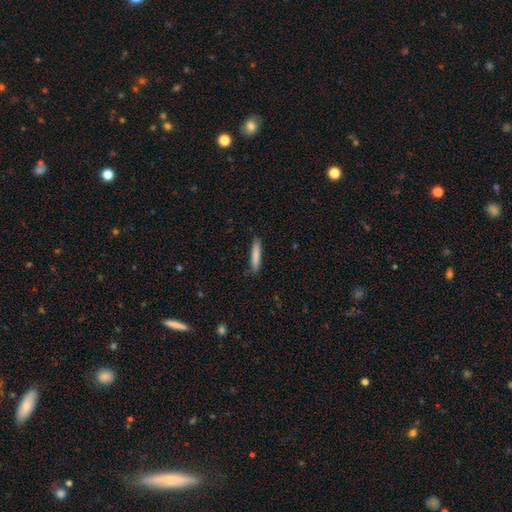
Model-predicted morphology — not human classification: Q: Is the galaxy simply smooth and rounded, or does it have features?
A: smooth — 83%.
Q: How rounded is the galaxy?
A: cigar-shaped — 90%.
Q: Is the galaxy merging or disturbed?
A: none — 85%.